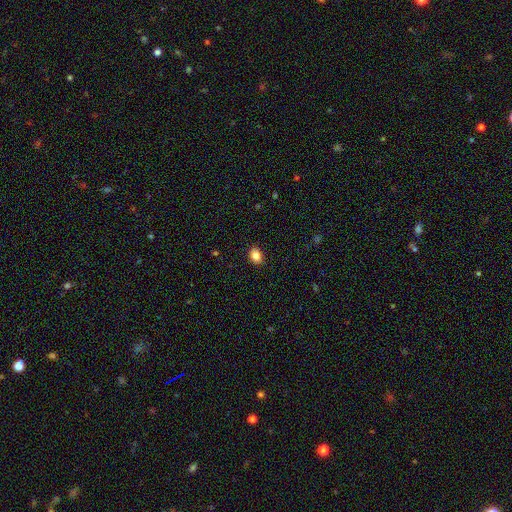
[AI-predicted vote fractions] Morphology: type=smooth (85%); roundness=in between (68%); merging=none (89%).